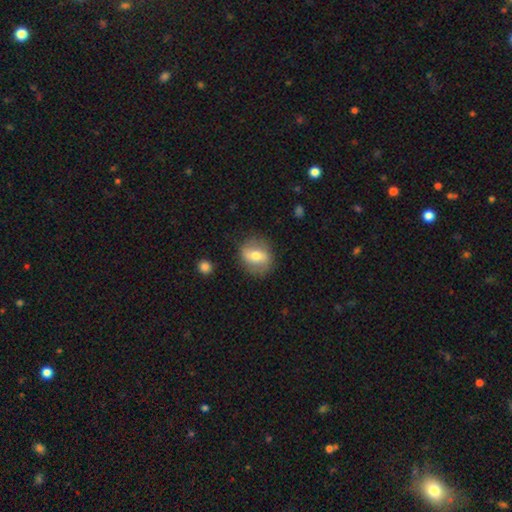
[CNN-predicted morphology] This is possibly a smooth galaxy (53%). How rounded: likely round (65%). Merging: likely none (80%).